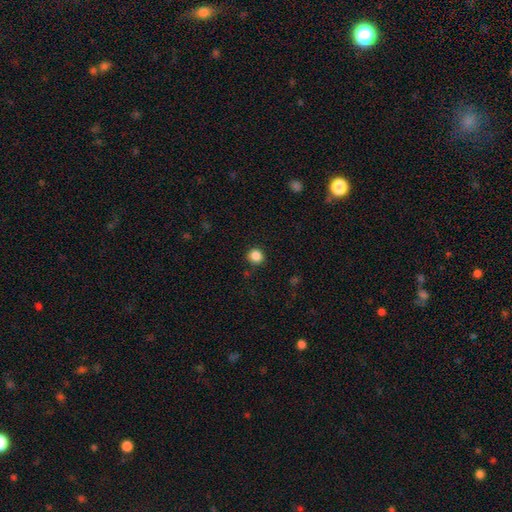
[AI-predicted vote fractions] smooth-or-featured: smooth: 86% | star or artifact: 11% | featured or disk: 3%
  how-rounded: round: 91% | in between: 8% | cigar-shaped: 1%
  merging: none: 90% | minor disturbance: 7% | major disturbance: 2% | merger: 1%